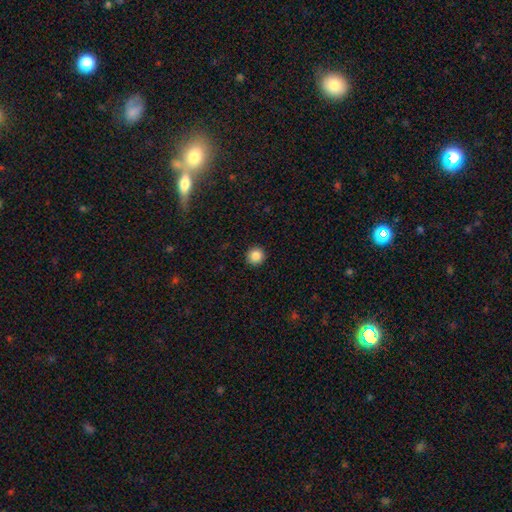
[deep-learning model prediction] smooth-or-featured: smooth: 86% | star or artifact: 10% | featured or disk: 4%
  how-rounded: round: 96% | in between: 3% | cigar-shaped: 1%
  merging: none: 93% | minor disturbance: 4% | major disturbance: 2% | merger: 1%